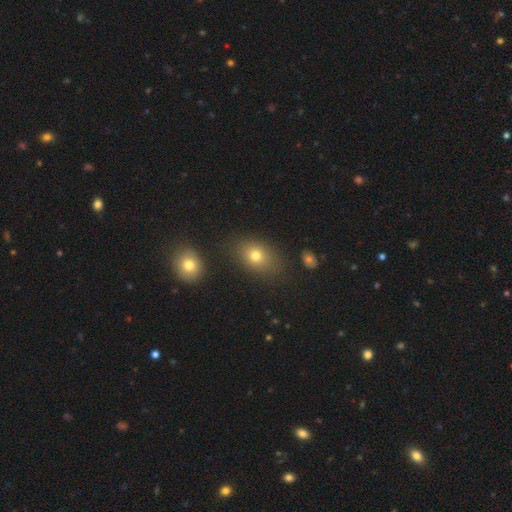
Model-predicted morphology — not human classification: smooth 76%, star or artifact 13%, featured or disk 12%. Down the decision tree: how rounded — in between (69%); merging — none (77%).